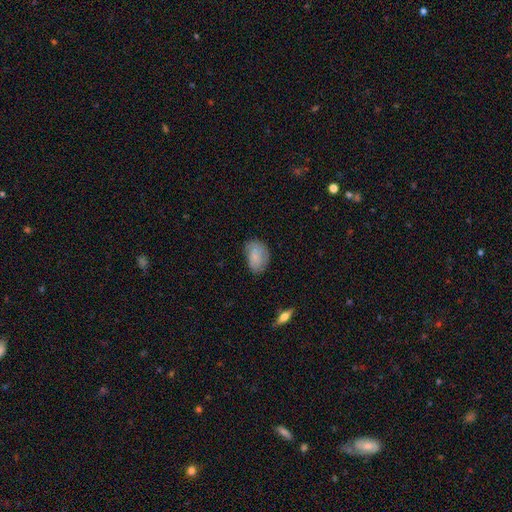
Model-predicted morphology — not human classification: The model was most divided on "merging": none: 63%, minor disturbance: 28%, major disturbance: 8%, merger: 2%. More confident: how rounded — in between (85%); smooth or featured — smooth (74%).